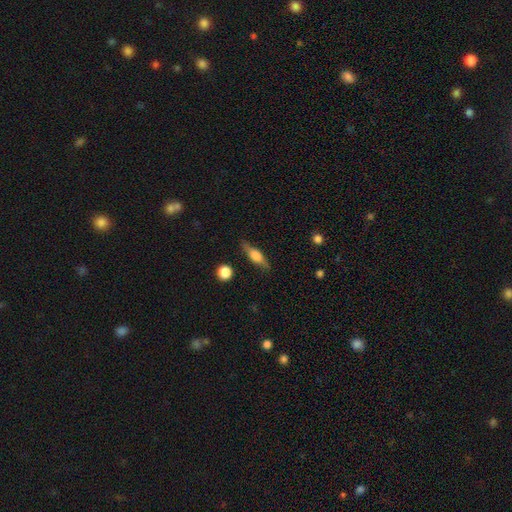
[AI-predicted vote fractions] Smooth or featured?
  - featured or disk: 49% *
  - smooth: 44%
  - star or artifact: 7%
Merging?
  - none: 81% *
  - minor disturbance: 14%
  - major disturbance: 3%
  - merger: 2%